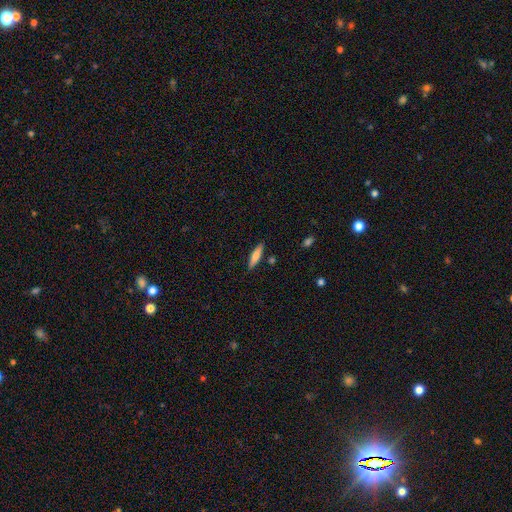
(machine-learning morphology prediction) A smooth galaxy with no disk features (66%) that is cigar-shaped (74%).

Vote fractions:
- Smooth or featured? smooth: 66% / featured or disk: 28% / star or artifact: 6%
- How rounded? cigar-shaped: 74% / in between: 24% / round: 2%
- Merging? none: 86% / minor disturbance: 10% / merger: 3% / major disturbance: 2%